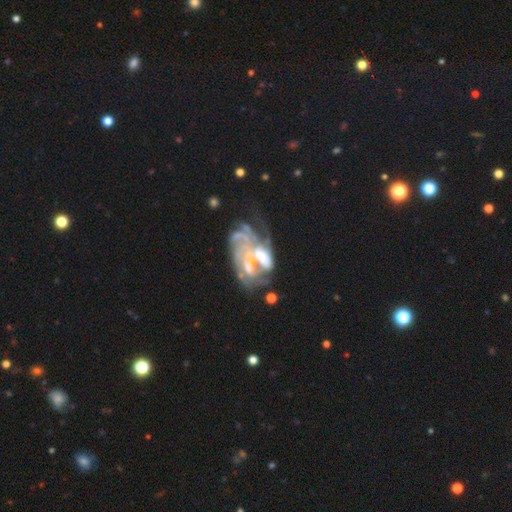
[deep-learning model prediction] Overall: featured or disk (75%). Edge-on disk: no (96%). Bar: no (67%). Spiral arms: yes (62%; no 38%). Bulge size: none (37%; moderate 30%). Merging: major disturbance (34%; none 27%).